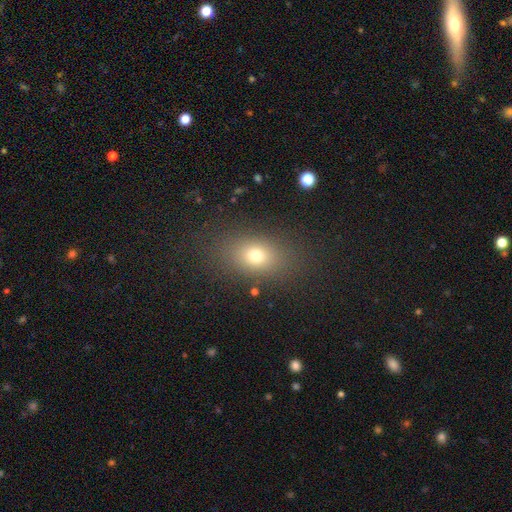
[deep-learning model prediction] Q: Smooth or featured?
A: smooth (74%); runner-up: star or artifact (14%)
Q: How rounded?
A: in between (73%); runner-up: round (24%)
Q: Merging?
A: none (82%); runner-up: minor disturbance (11%)